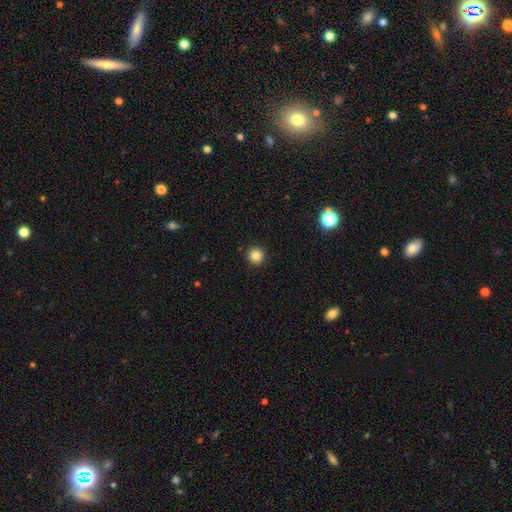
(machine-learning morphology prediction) This appears to be a smooth galaxy with no disk features (85%) that is round (96%). Merging: none (93%).